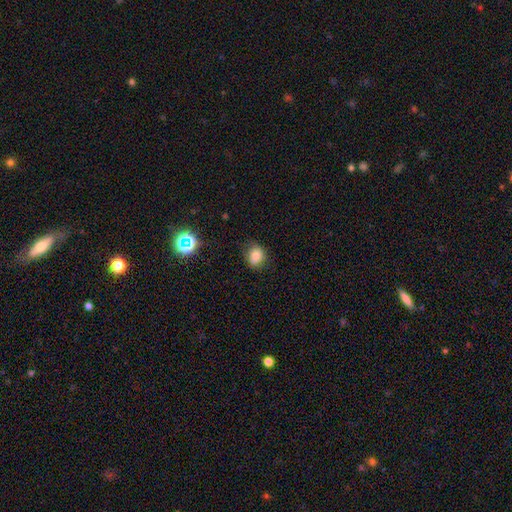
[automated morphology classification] Q: Smooth or featured?
A: smooth (80%); runner-up: star or artifact (13%)
Q: How rounded?
A: round (55%); runner-up: in between (44%)
Q: Merging?
A: none (74%); runner-up: minor disturbance (20%)